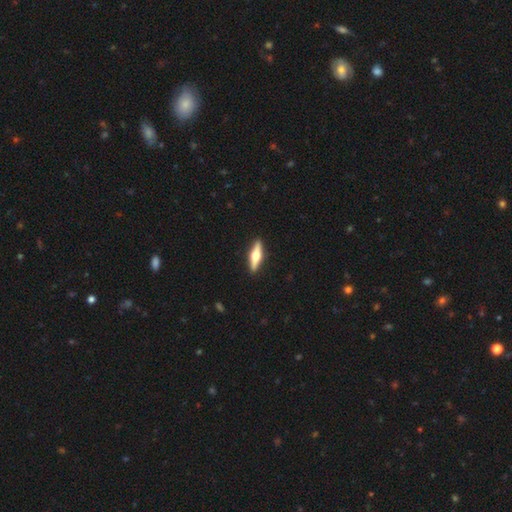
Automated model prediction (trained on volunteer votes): This is likely a featured or disk galaxy (64%). It is clearly viewed edge-on (97%). Edge-on bulge: clearly rounded (95%). Merging: clearly none (92%).